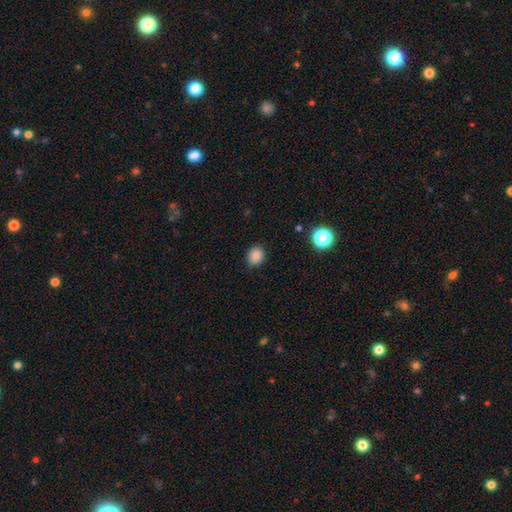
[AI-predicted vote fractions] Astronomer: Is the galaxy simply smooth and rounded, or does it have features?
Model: smooth — 85%.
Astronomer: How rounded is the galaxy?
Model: round — 66%.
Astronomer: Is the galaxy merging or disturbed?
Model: none — 86%.